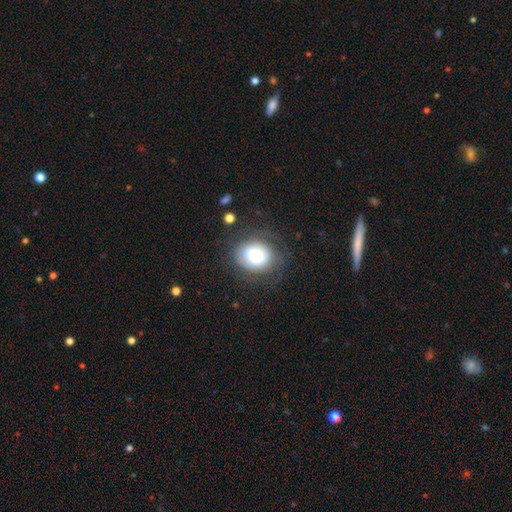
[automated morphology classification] Smooth or featured: smooth — 74% (featured or disk — 18%)
How rounded: round — 58% (in between — 41%)
Merging: none — 68% (minor disturbance — 18%)